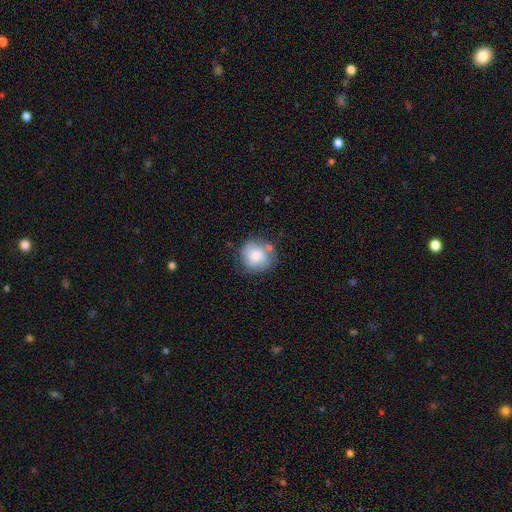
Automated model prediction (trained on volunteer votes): The model was most divided on "merging": none: 64%, minor disturbance: 21%, merger: 8%, major disturbance: 7%. More confident: how rounded — round (87%); smooth or featured — smooth (74%).